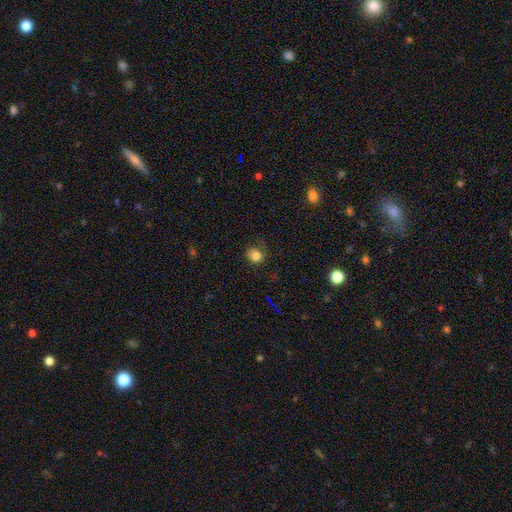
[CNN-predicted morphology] Q: Smooth or featured?
A: smooth (80%); runner-up: star or artifact (12%)
Q: How rounded?
A: round (76%); runner-up: in between (24%)
Q: Merging?
A: none (65%); runner-up: minor disturbance (23%)